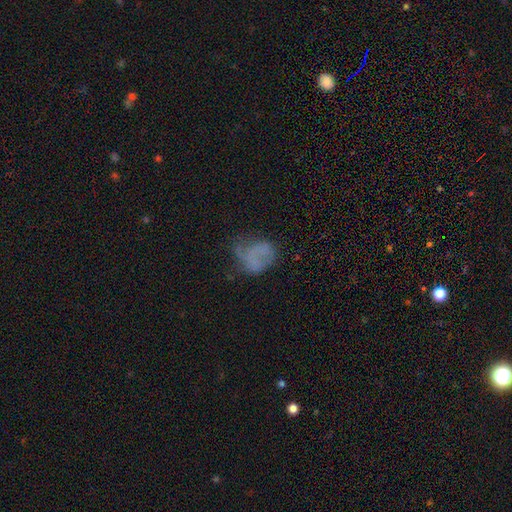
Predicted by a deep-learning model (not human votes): Morphology: type=smooth (50%); merging=none (35%).